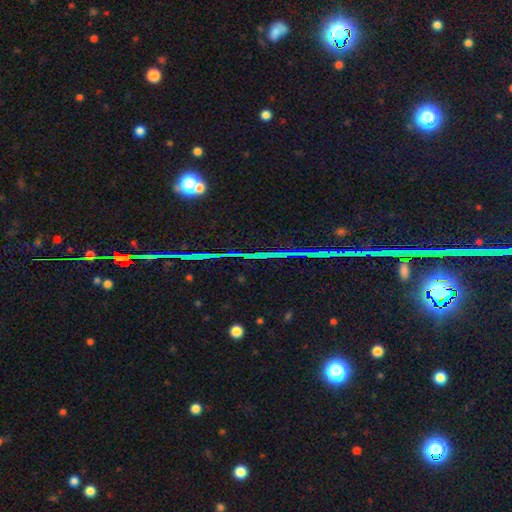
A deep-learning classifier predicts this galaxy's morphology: smooth_or_featured: star or artifact (p=0.81) [alt: featured or disk p=0.10]